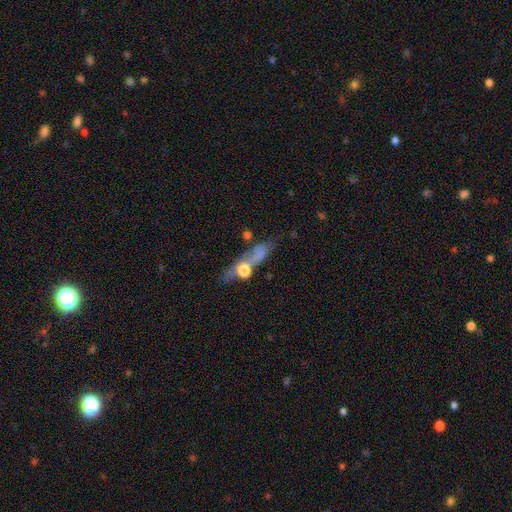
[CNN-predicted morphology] Overall: featured or disk (47%; smooth 36%). Merging: none (47%; minor disturbance 18%).